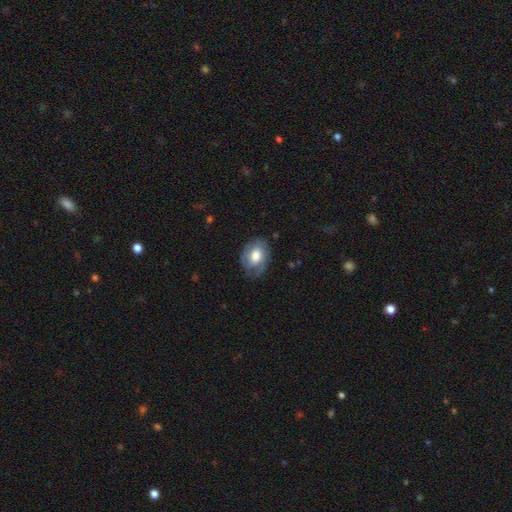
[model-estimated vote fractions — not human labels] Overall: smooth (55%; featured or disk 38%). How rounded: in between (72%). Merging: none (64%; minor disturbance 25%).